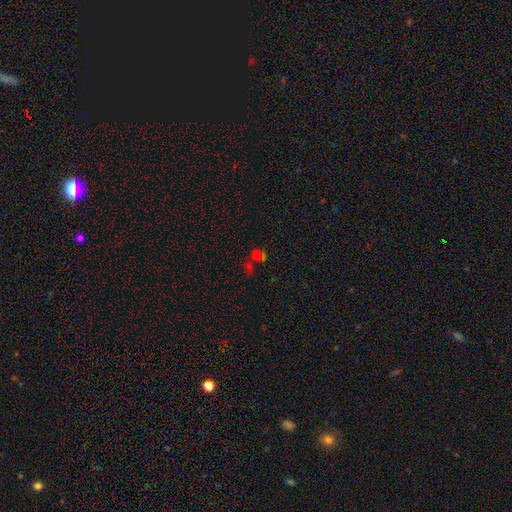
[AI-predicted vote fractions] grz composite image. It shows a star or artifact, not a galaxy (44%).